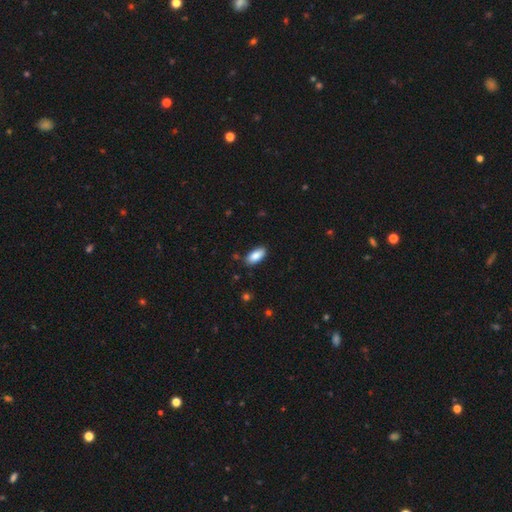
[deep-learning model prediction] smooth_or_featured: smooth (p=0.87) [alt: star or artifact p=0.06]
how_rounded: in between (p=0.89) [alt: cigar-shaped p=0.09]
merging: none (p=0.86) [alt: minor disturbance p=0.10]